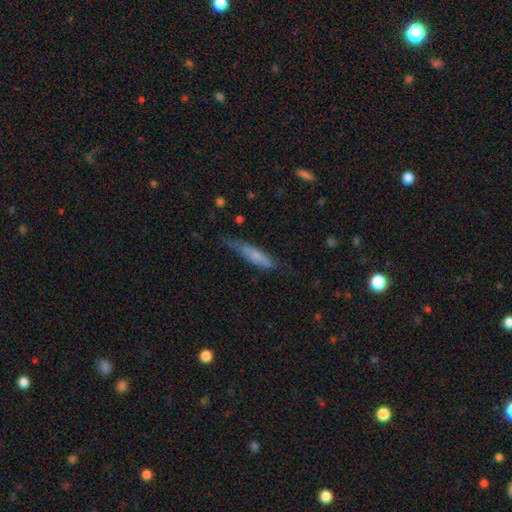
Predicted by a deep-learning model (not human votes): Smooth or featured? Predicted: smooth (p=0.63). How rounded? Predicted: cigar-shaped (p=0.75). Merging? Predicted: none (p=0.53).